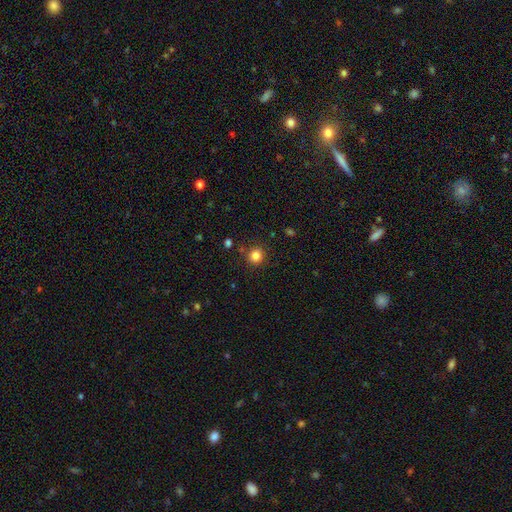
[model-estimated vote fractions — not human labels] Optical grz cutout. It shows a smooth galaxy with no disk features (83%) that is round (89%). Merging: none (88%).